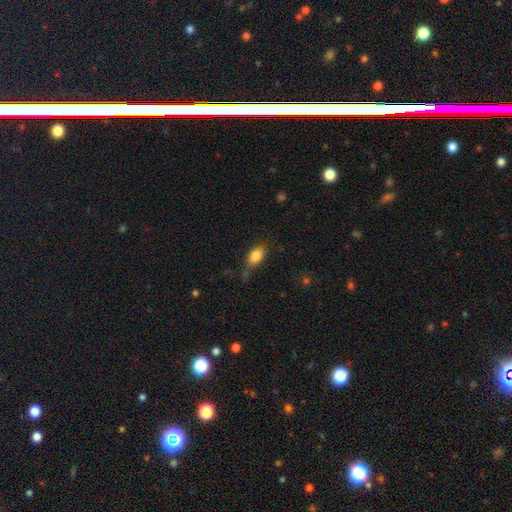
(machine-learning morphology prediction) A smooth galaxy with no disk features (82%) that is in between round and cigar-shaped (84%). Merging: none (45%).